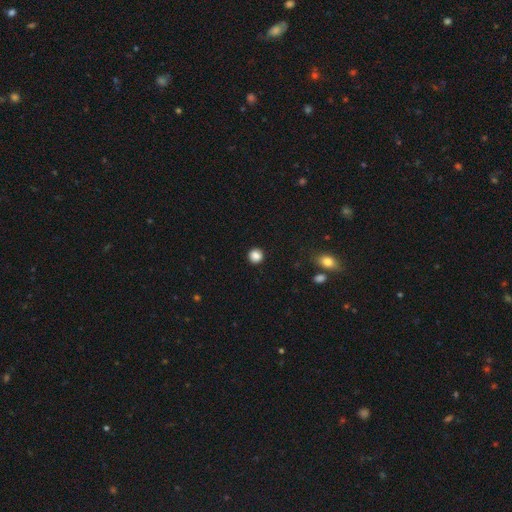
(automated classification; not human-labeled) Morphology: type=smooth (87%); roundness=round (93%); merging=none (92%).